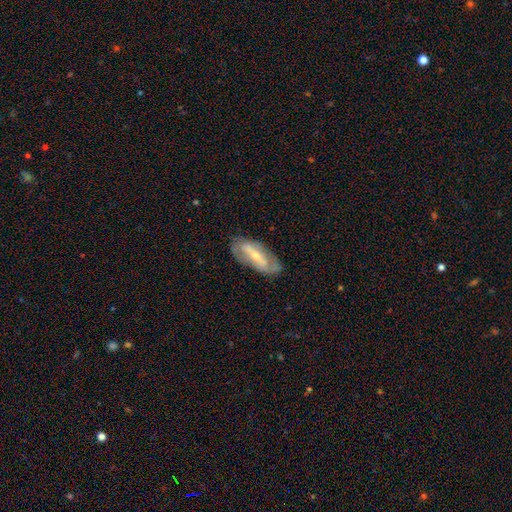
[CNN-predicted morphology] The model was most divided on "spiral arms": yes: 58%, no: 42%. More confident: edge-on disk — no (84%); merging — none (78%); smooth or featured — featured or disk (67%); bulge size — small (58%); bar — strong (58%).